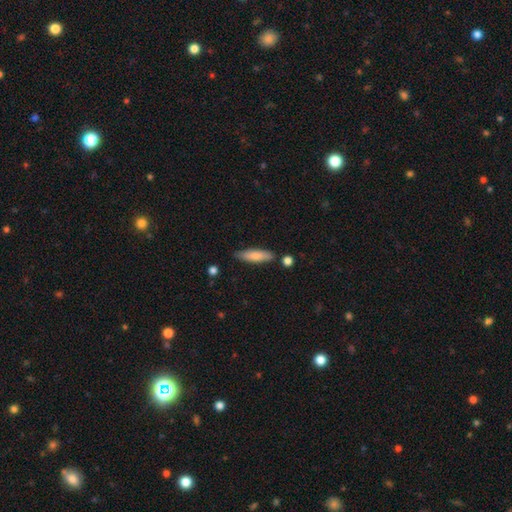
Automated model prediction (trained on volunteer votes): A smooth galaxy with no disk features (78%) that is cigar-shaped (65%). Merging: none (80%).